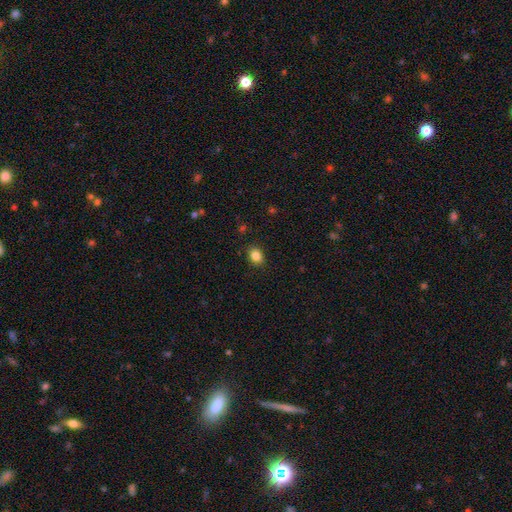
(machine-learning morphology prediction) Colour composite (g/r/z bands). It shows a smooth galaxy with no disk features (85%) that is in between round and cigar-shaped (63%). Merging: none (88%).